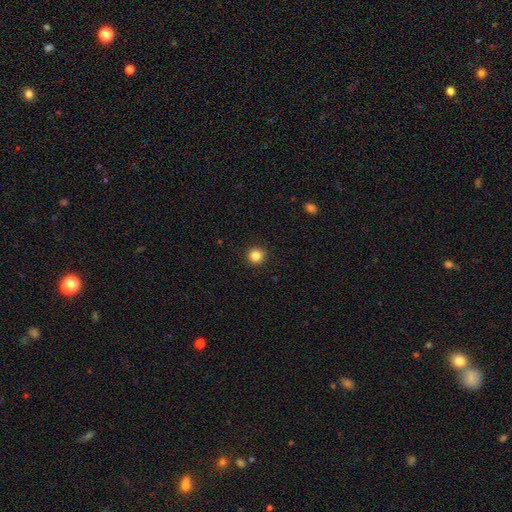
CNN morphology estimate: Smooth or featured? smooth (85%)
How rounded? round (94%)
Merging? none (93%)